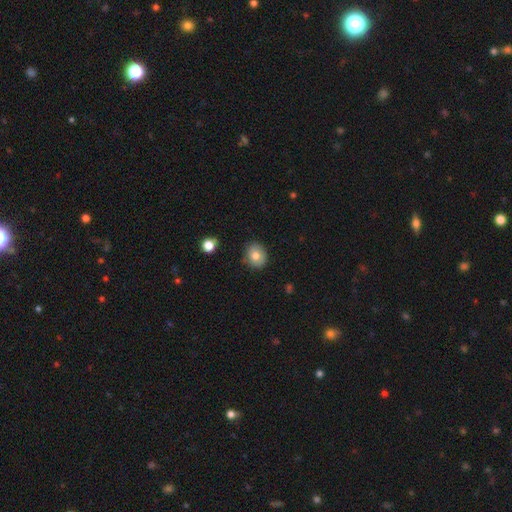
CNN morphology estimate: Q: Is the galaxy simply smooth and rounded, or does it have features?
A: smooth — 77%.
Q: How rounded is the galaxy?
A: round — 65%.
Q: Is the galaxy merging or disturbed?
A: none — 82%.